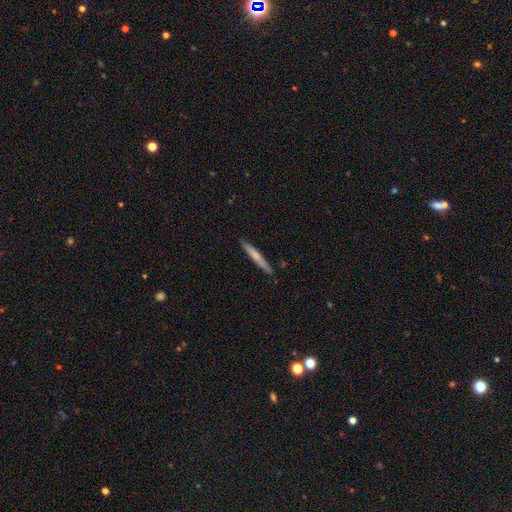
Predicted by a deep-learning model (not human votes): A smooth galaxy with no disk features (60%) that is cigar-shaped (96%).

Vote fractions:
- Smooth or featured? smooth: 60% / featured or disk: 34% / star or artifact: 5%
- How rounded? cigar-shaped: 96% / in between: 3% / round: 1%
- Merging? none: 88% / minor disturbance: 9% / major disturbance: 2% / merger: 1%